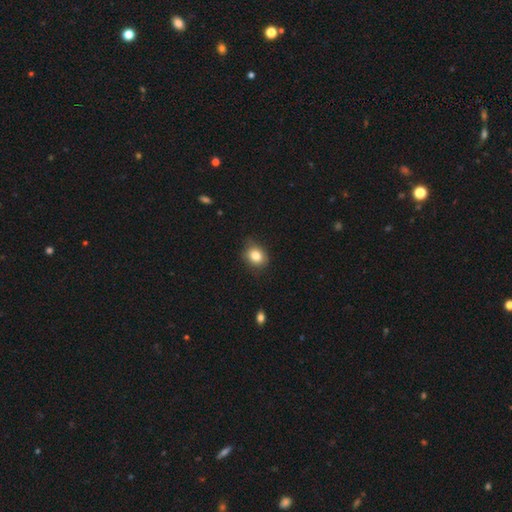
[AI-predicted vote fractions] Overall: smooth (83%). How rounded: in between (52%; round 47%). Merging: none (76%).